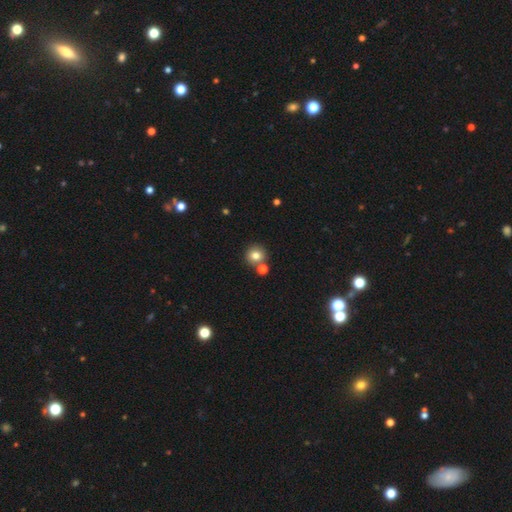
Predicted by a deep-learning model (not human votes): Smooth or featured: smooth — 79% (star or artifact — 12%)
How rounded: round — 91% (in between — 9%)
Merging: none — 71% (merger — 19%)